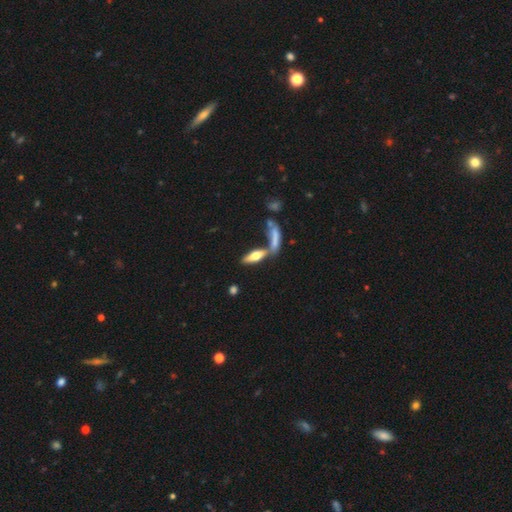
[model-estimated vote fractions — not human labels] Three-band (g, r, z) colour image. It shows a smooth galaxy with no disk features (55%) that is cigar-shaped (52%). Merging: none (50%).